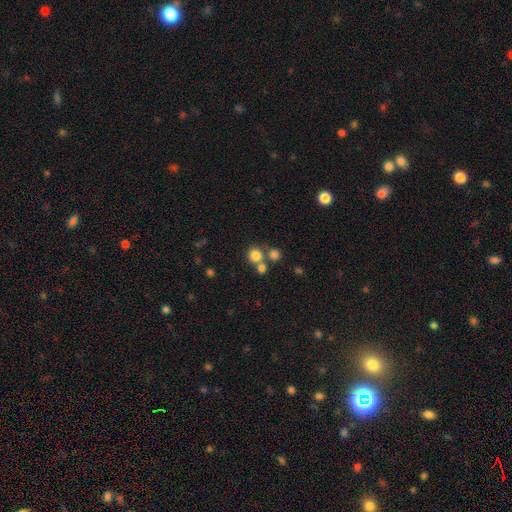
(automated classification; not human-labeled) Smooth or featured? smooth (78%)
How rounded? round (89%)
Merging? none (57%)